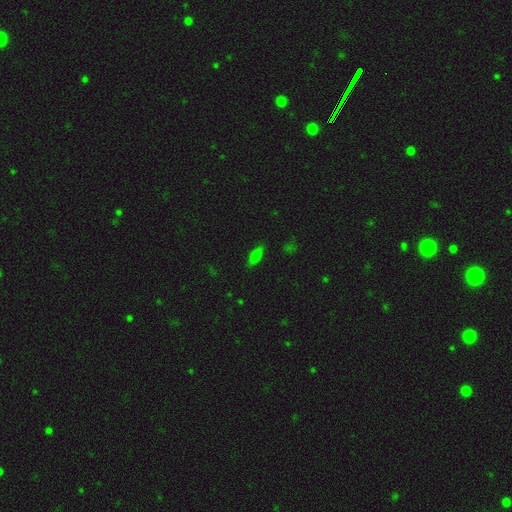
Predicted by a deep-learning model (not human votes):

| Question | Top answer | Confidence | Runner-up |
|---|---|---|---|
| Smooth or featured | smooth | 66% | featured or disk (21%) |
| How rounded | in between | 71% | cigar-shaped (25%) |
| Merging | none | 84% | minor disturbance (12%) |